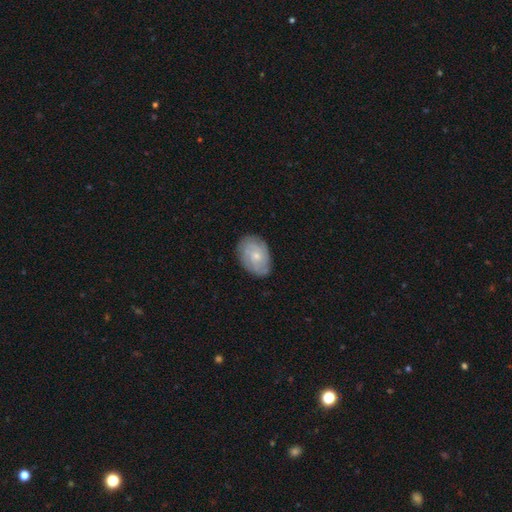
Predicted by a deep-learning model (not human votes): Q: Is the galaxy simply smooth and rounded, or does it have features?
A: featured or disk — 52%.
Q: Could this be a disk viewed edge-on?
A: no — 96%.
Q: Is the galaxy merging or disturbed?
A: none — 79%.